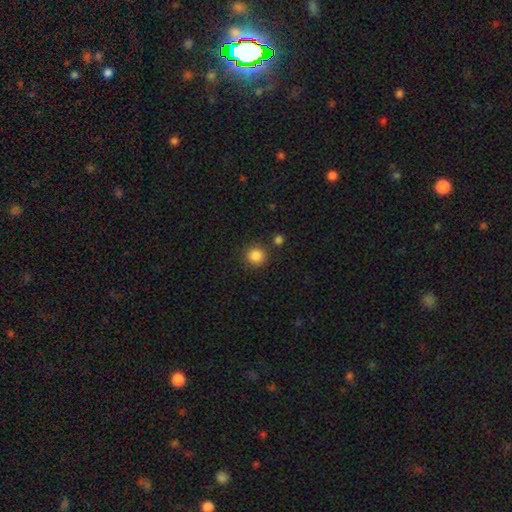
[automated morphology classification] This is clearly a smooth galaxy (86%). How rounded: clearly round (93%). Merging: clearly none (85%).